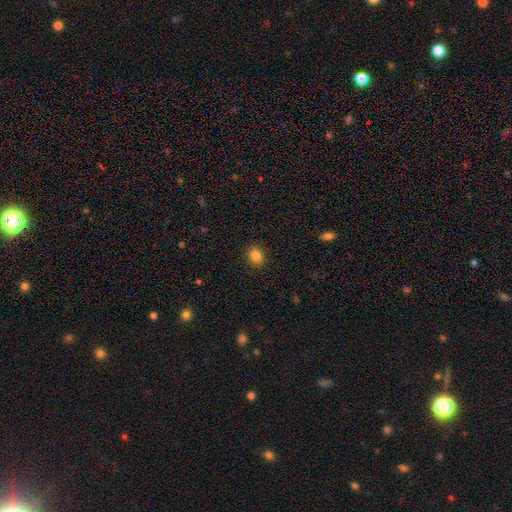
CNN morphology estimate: A smooth galaxy with no disk features (85%) that is in between round and cigar-shaped (62%). Merging: none (90%).